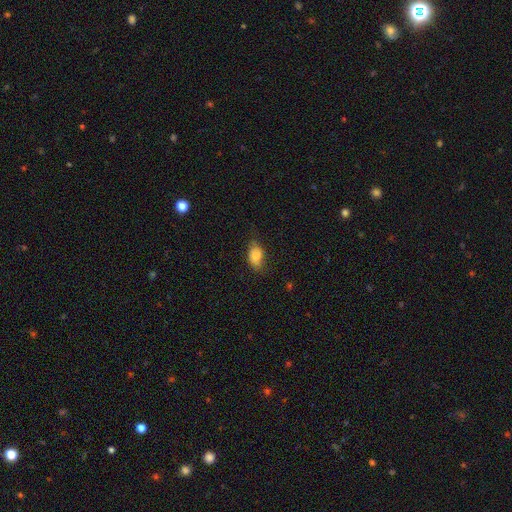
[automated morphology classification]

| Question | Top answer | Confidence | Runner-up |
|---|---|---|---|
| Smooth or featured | smooth | 83% | featured or disk (9%) |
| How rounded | in between | 86% | round (11%) |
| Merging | none | 63% | minor disturbance (27%) |